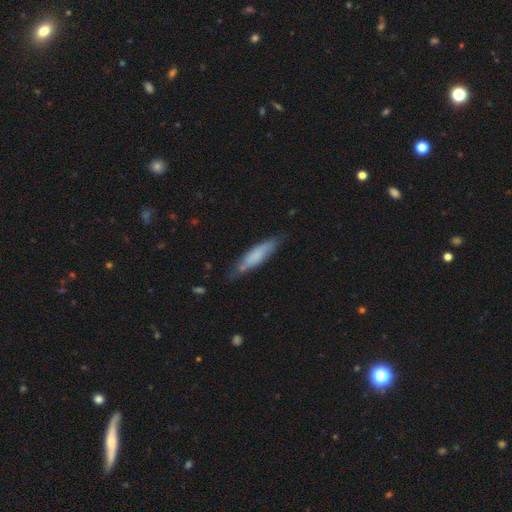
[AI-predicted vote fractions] The model was most divided on "merging": none: 67%, minor disturbance: 25%, major disturbance: 5%, merger: 3%. More confident: how rounded — cigar-shaped (75%); smooth or featured — smooth (68%).